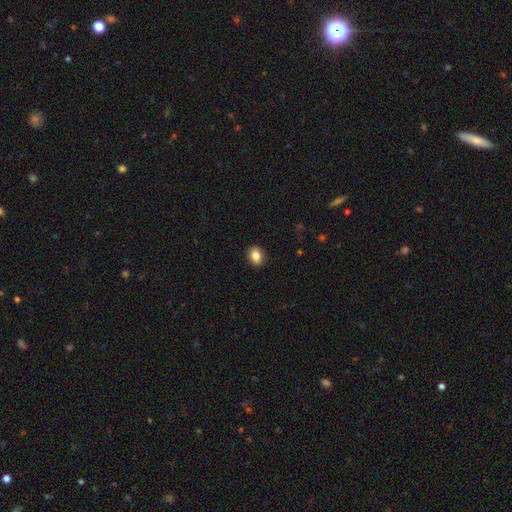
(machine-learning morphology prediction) Smooth or featured? Predicted: smooth (p=0.85). How rounded? Predicted: in between (p=0.52). Merging? Predicted: none (p=0.90).